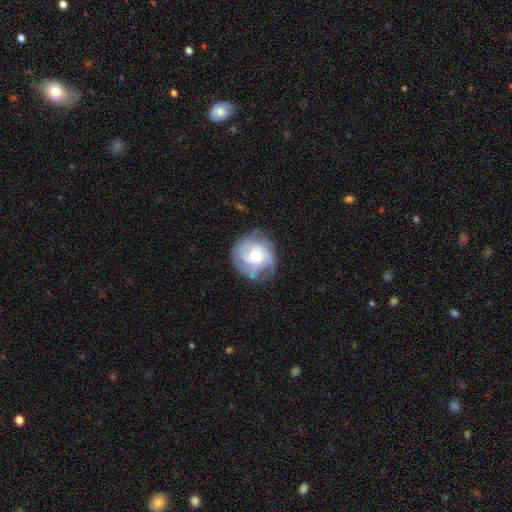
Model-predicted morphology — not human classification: type=featured or disk (77%); edge-on=no (98%); bar=no (62%); spiral arms=yes (94%); winding=medium (42%, tied with tight); arm count=3 (39%); bulge=moderate (56%); merging=none (71%).